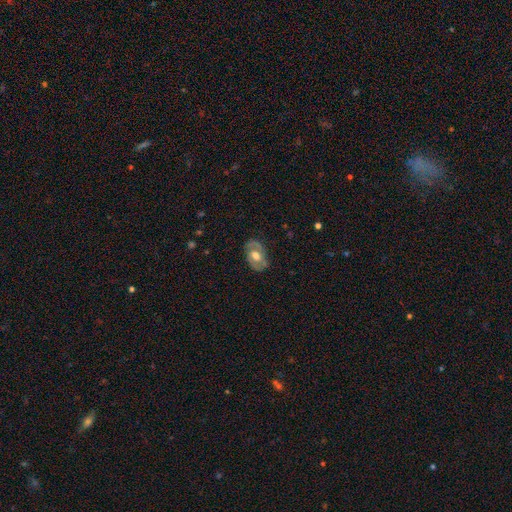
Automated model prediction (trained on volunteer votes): This appears to be a featured or disk galaxy (66%) with no bar (54%), spiral arms (64%) and a moderate central bulge (68%). Merging: none (78%).